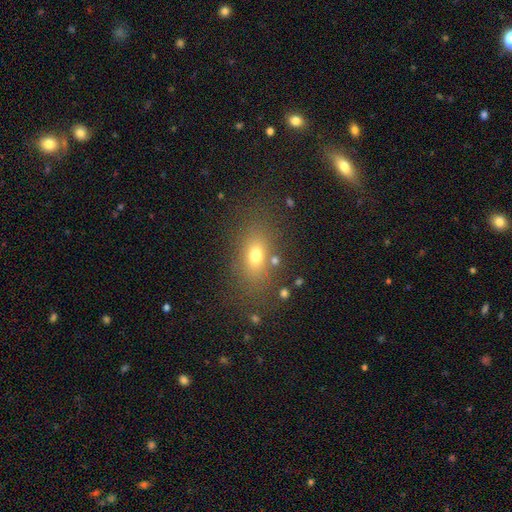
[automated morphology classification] This appears to be a smooth galaxy with no disk features (70%) that is in between round and cigar-shaped (76%). Merging: none (78%).